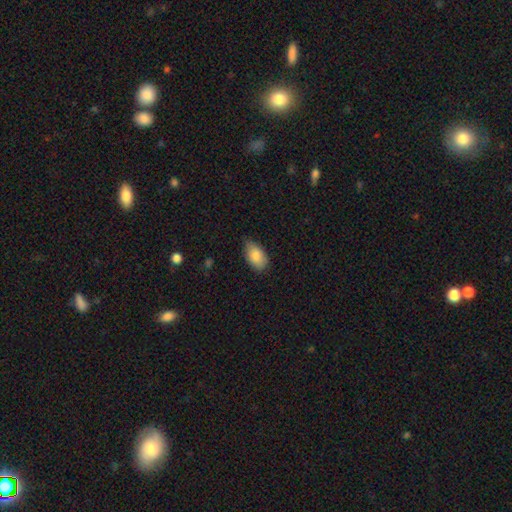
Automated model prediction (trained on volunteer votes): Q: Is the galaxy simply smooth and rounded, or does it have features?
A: smooth — 83%.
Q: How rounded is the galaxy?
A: in between — 92%.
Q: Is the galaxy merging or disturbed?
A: none — 69%.